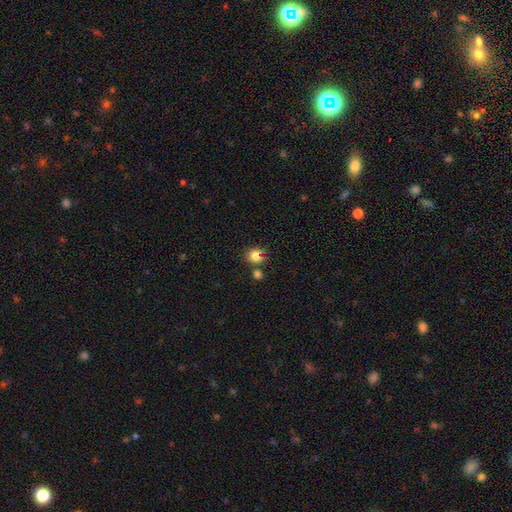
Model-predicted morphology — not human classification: Smooth or featured?
  - smooth: 80% *
  - star or artifact: 13%
  - featured or disk: 7%
How rounded?
  - round: 71% *
  - in between: 28%
  - cigar-shaped: 1%
Merging?
  - none: 65% *
  - minor disturbance: 16%
  - merger: 15%
  - major disturbance: 5%